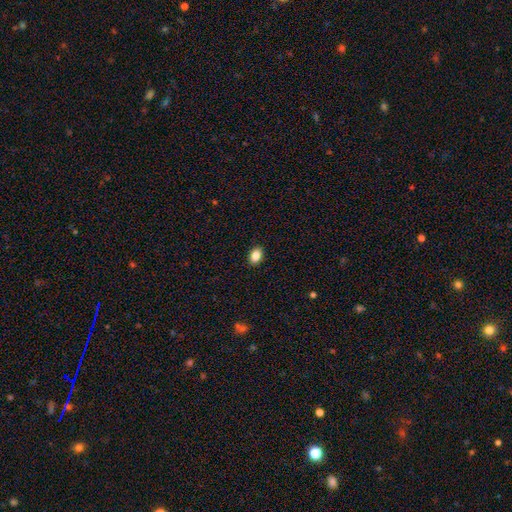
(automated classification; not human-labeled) Smooth or featured? Predicted: smooth (p=0.85). How rounded? Predicted: in between (p=0.84). Merging? Predicted: none (p=0.90).